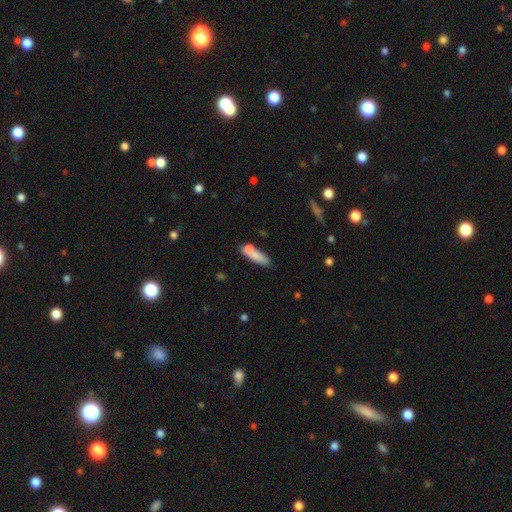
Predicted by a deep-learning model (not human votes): Overall: smooth (77%). How rounded: cigar-shaped (58%; in between 39%). Merging: none (52%; merger 24%).